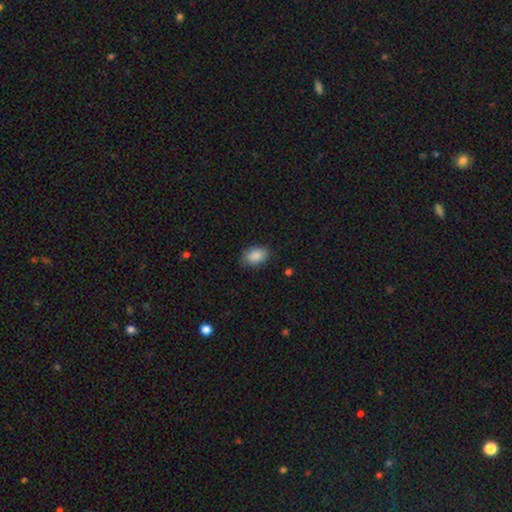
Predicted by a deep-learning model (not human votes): Morphology: type=smooth (89%); roundness=in between (84%); merging=none (83%).